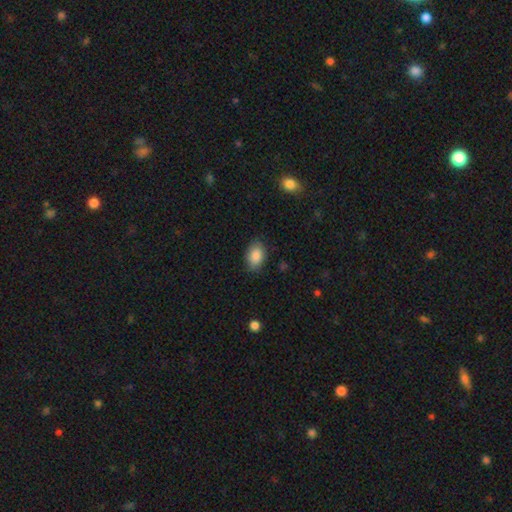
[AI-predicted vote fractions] smooth 87%, star or artifact 7%, featured or disk 6%. Down the decision tree: how rounded — in between (86%); merging — none (82%).